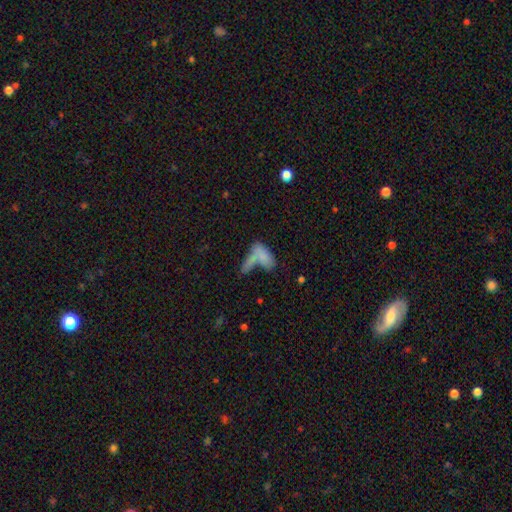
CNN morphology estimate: A smooth galaxy with no disk features (70%) that is in between round and cigar-shaped (73%). Merging: merger (51%).